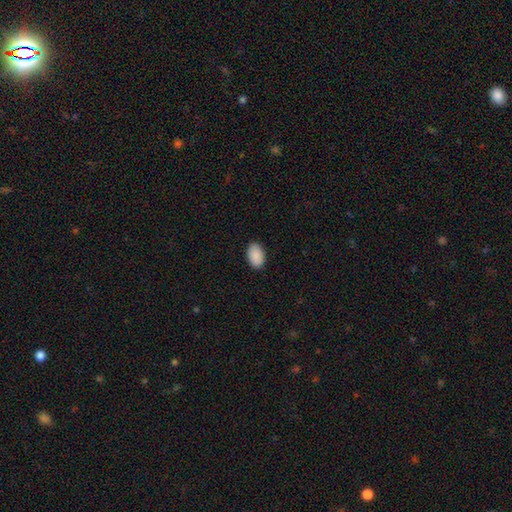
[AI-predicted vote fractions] Morphology: type=smooth (91%); roundness=in between (92%); merging=none (89%).